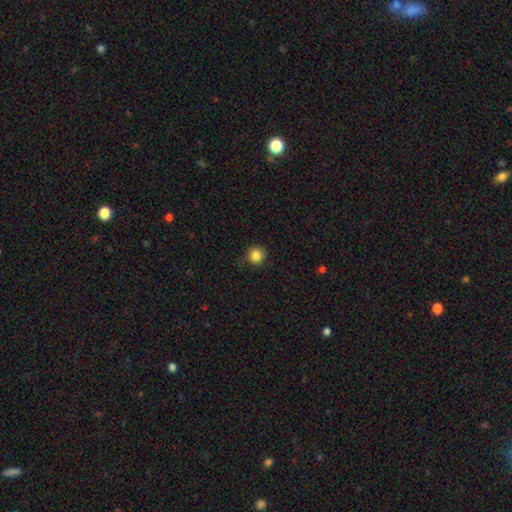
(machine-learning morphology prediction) A smooth galaxy with no disk features (85%) that is round (94%).

Vote fractions:
- Smooth or featured? smooth: 85% / star or artifact: 11% / featured or disk: 4%
- How rounded? round: 94% / in between: 5% / cigar-shaped: 1%
- Merging? none: 88% / minor disturbance: 8% / major disturbance: 2% / merger: 1%